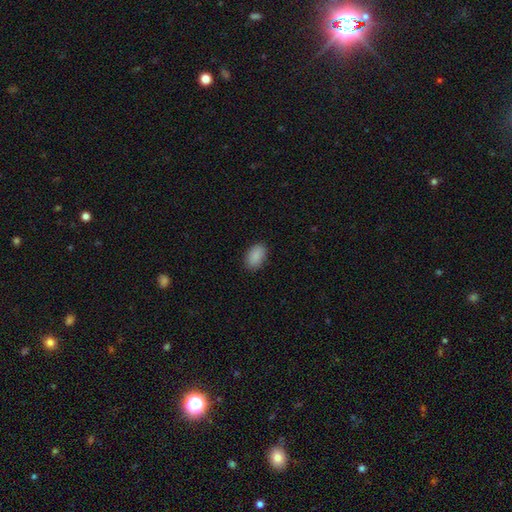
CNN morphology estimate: Smooth or featured?
  - smooth: 90% *
  - star or artifact: 7%
  - featured or disk: 3%
How rounded?
  - in between: 90% *
  - round: 8%
  - cigar-shaped: 1%
Merging?
  - none: 88% *
  - minor disturbance: 8%
  - major disturbance: 2%
  - merger: 1%